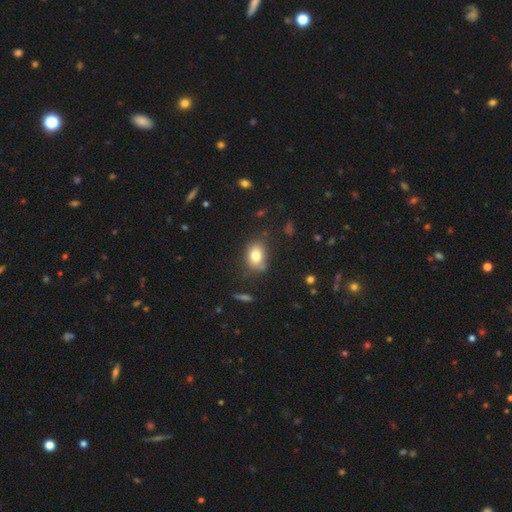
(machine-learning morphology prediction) Smooth or featured: smooth — 78% (featured or disk — 12%)
How rounded: in between — 69% (round — 29%)
Merging: none — 66% (minor disturbance — 22%)